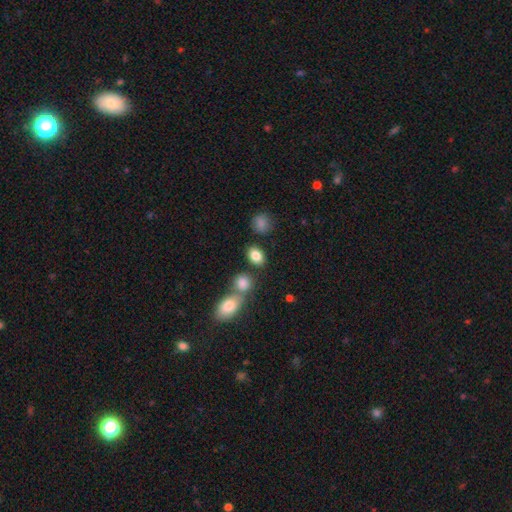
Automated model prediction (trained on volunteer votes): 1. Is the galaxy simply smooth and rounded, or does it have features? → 84% smooth, 9% star or artifact, 6% featured or disk.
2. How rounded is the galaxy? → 76% in between, 23% round, 2% cigar-shaped.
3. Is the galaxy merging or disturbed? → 72% none, 14% merger, 10% minor disturbance, 4% major disturbance.